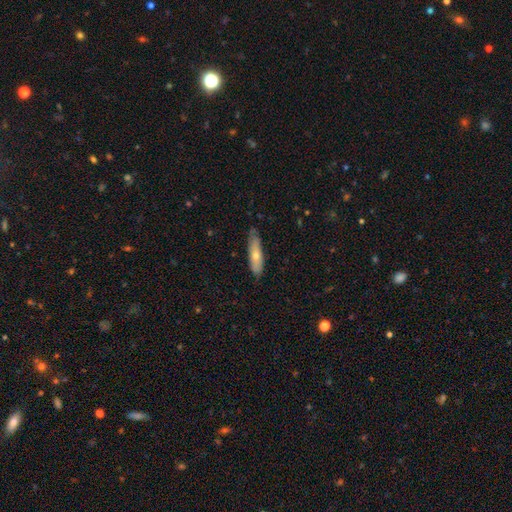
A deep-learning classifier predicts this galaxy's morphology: smooth_or_featured: smooth (p=0.56) [alt: featured or disk p=0.37]
how_rounded: cigar-shaped (p=0.73) [alt: in between p=0.25]
merging: none (p=0.77) [alt: minor disturbance p=0.19]